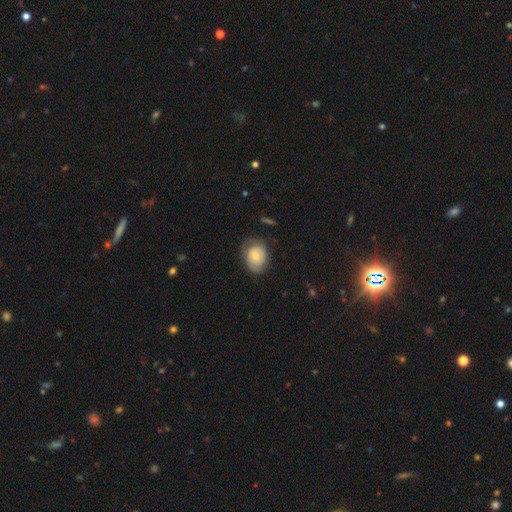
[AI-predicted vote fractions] This is possibly a smooth galaxy (56%). How rounded: possibly in between (56%). Merging: likely none (60%).